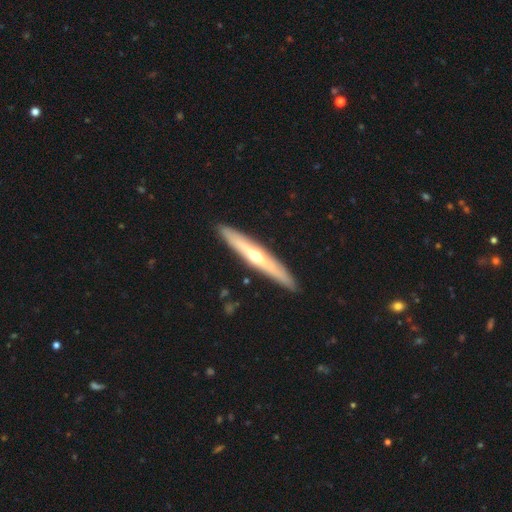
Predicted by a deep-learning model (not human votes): Q: Smooth or featured?
A: featured or disk (63%); runner-up: smooth (32%)
Q: Edge-on disk?
A: yes (93%); runner-up: no (7%)
Q: Edge-on bulge?
A: rounded (85%); runner-up: none (13%)
Q: Merging?
A: none (91%); runner-up: minor disturbance (6%)